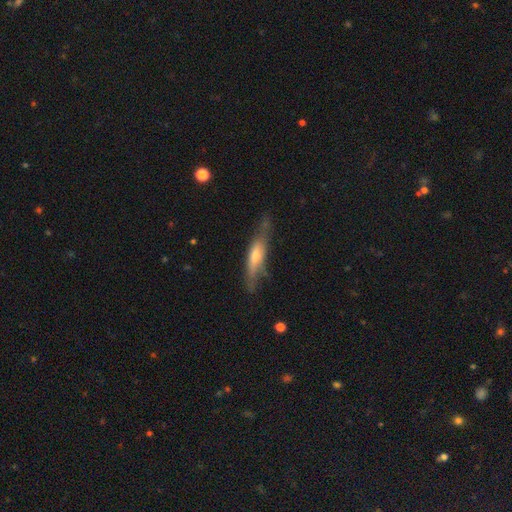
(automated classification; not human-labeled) Morphology: type=featured or disk (49%); merging=none (60%).